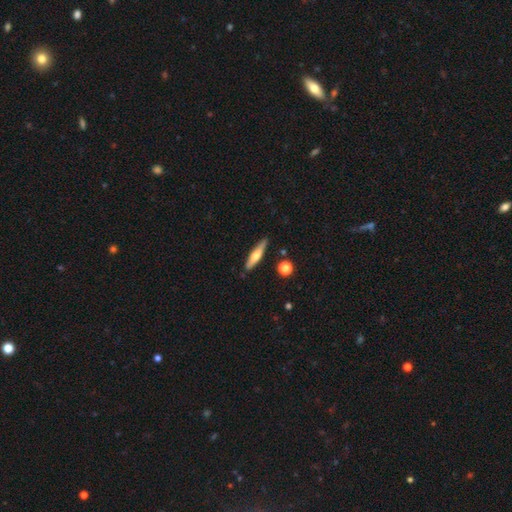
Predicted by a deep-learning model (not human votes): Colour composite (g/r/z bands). It shows a smooth galaxy with no disk features (48%). Merging: none (85%).